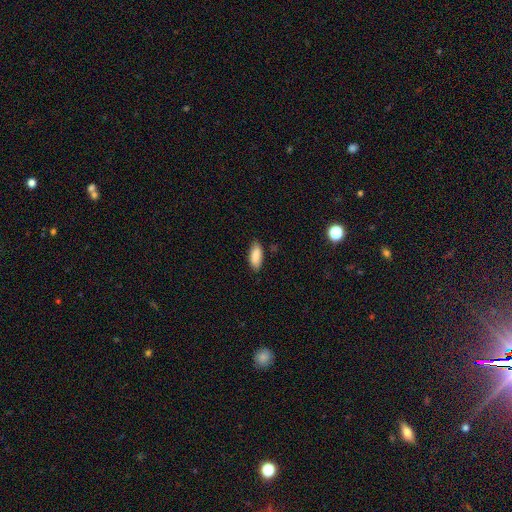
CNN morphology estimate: This appears to be a smooth galaxy with no disk features (88%) that is in between round and cigar-shaped (81%). Merging: none (82%).